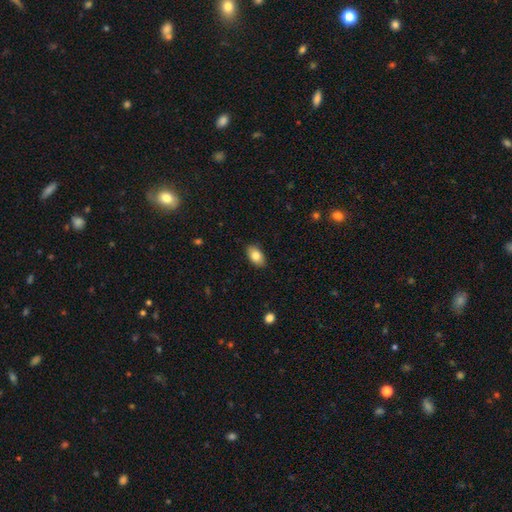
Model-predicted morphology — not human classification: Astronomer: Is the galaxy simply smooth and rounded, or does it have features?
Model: smooth — 82%.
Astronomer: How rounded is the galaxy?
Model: in between — 91%.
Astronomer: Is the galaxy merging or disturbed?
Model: none — 88%.